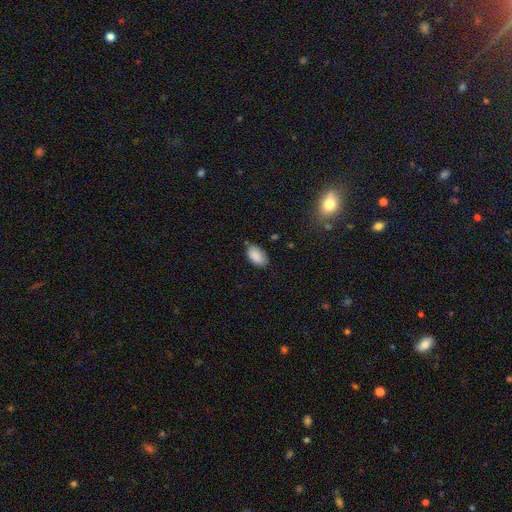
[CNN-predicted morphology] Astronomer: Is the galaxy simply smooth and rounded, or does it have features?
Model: smooth — 89%.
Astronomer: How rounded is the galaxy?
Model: in between — 94%.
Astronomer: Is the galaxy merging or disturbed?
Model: none — 73%.